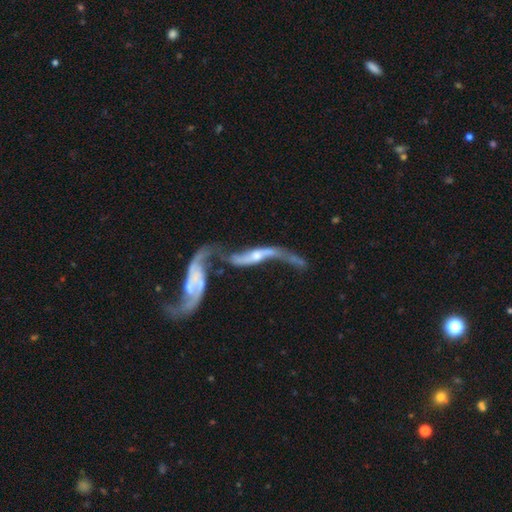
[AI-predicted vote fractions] Smooth or featured? Predicted: featured or disk (p=0.81). Edge-on disk? Predicted: no (p=0.73). Bar? Predicted: no (p=0.51). Spiral arms? Predicted: yes (p=0.84). Bulge size? Predicted: small (p=0.44). Merging? Predicted: merger (p=0.59).